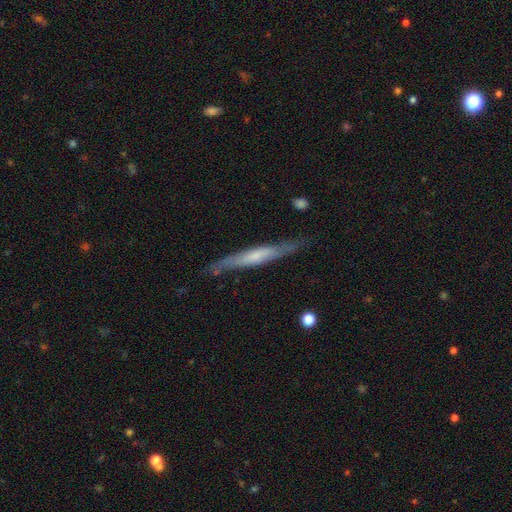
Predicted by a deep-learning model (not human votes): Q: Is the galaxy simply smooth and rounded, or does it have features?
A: featured or disk — 57%.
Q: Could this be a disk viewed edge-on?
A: yes — 89%.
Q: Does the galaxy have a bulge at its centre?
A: none — 48%.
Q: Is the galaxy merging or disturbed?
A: none — 80%.